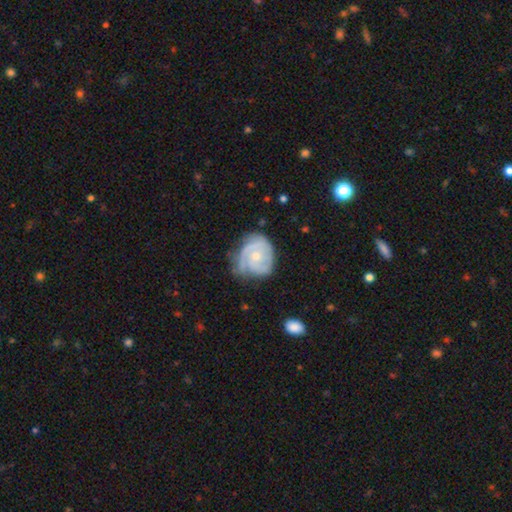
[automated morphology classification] Overall: featured or disk (74%). Edge-on disk: no (98%). Bar: no (79%). Spiral arms: yes (88%). Spiral arm count: 2 (32%; can't tell 29%). Spiral winding: tight (63%; medium 28%). Bulge size: small (53%; moderate 43%). Merging: none (53%; minor disturbance 32%).